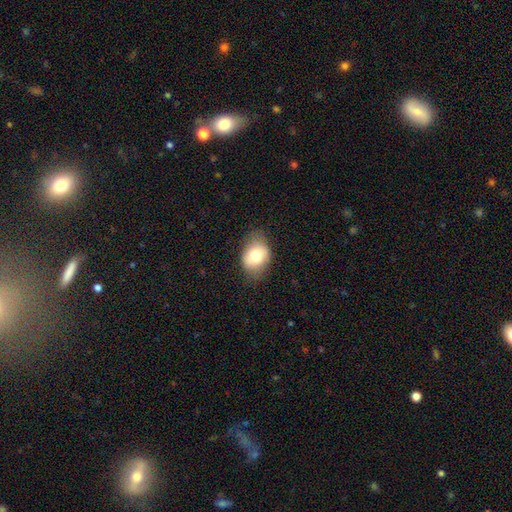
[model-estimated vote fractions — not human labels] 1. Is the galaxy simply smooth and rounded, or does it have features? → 75% smooth, 17% featured or disk, 8% star or artifact.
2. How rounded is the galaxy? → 73% in between, 26% round, 1% cigar-shaped.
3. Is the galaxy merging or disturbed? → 70% none, 24% minor disturbance, 6% major disturbance, 1% merger.